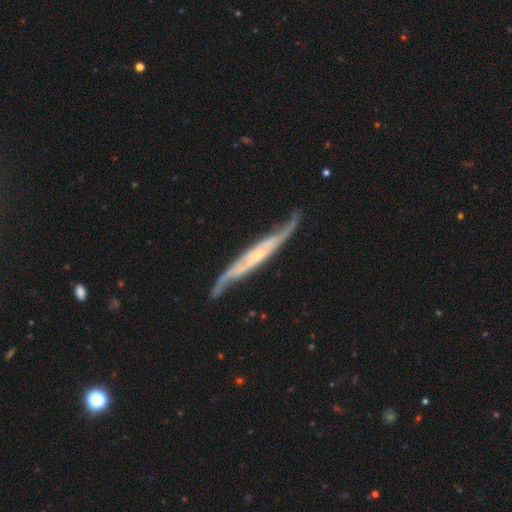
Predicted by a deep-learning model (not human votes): featured or disk 84%, smooth 12%, star or artifact 5%. Down the decision tree: edge-on disk — yes (60%); edge-on bulge — none (57%); merging — none (70%).